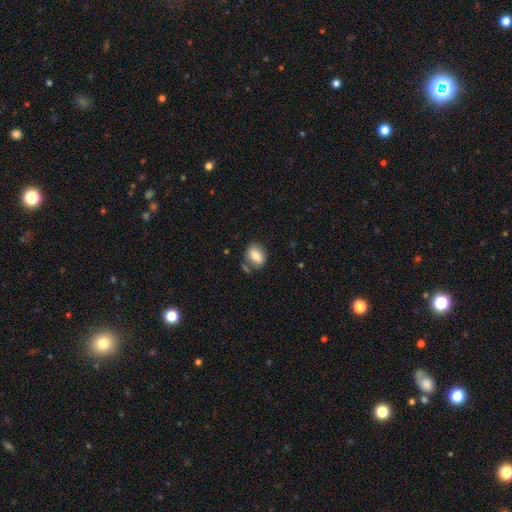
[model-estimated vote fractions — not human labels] Smooth or featured? smooth (77%)
How rounded? in between (58%)
Merging? none (69%)